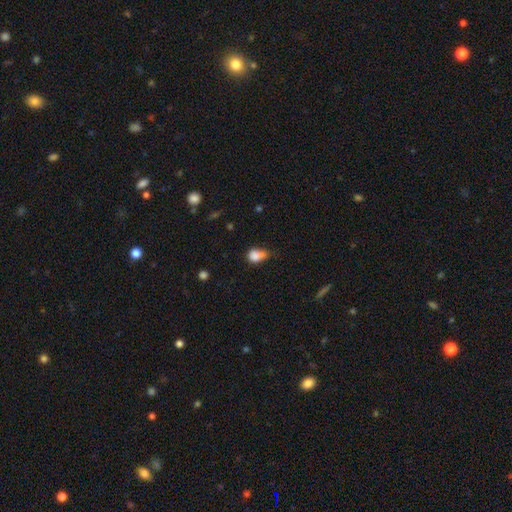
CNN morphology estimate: Smooth or featured? Predicted: smooth (p=0.81). How rounded? Predicted: in between (p=0.72). Merging? Predicted: minor disturbance (p=0.45).